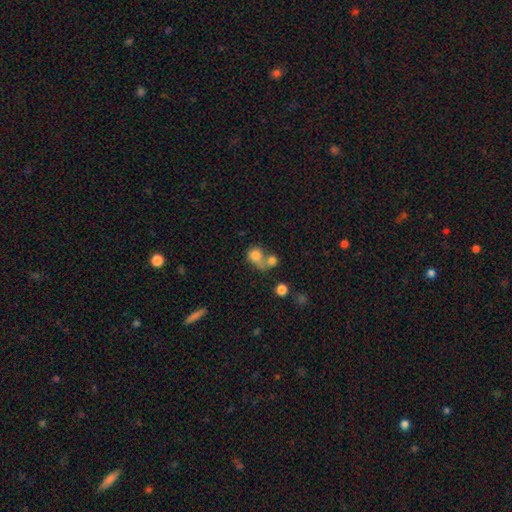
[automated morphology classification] This appears to be a smooth galaxy with no disk features (78%) that is round (71%). Merging: merger (54%).